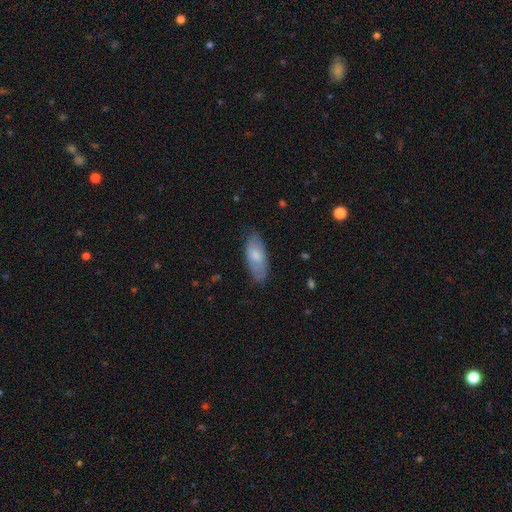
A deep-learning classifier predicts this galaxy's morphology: This is likely a smooth galaxy (69%). How rounded: clearly in between (83%). Merging: likely none (74%).